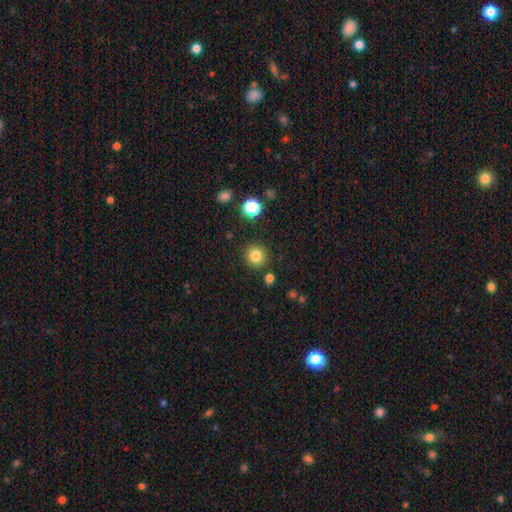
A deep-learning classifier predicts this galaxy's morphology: smooth_or_featured: smooth (p=0.83) [alt: star or artifact p=0.12]
how_rounded: round (p=0.93) [alt: in between p=0.06]
merging: none (p=0.87) [alt: minor disturbance p=0.07]